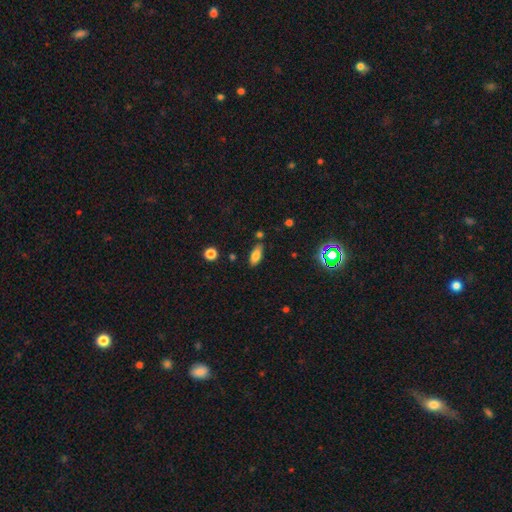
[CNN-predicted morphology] Smooth or featured? Predicted: smooth (p=0.76). How rounded? Predicted: in between (p=0.79). Merging? Predicted: none (p=0.75).